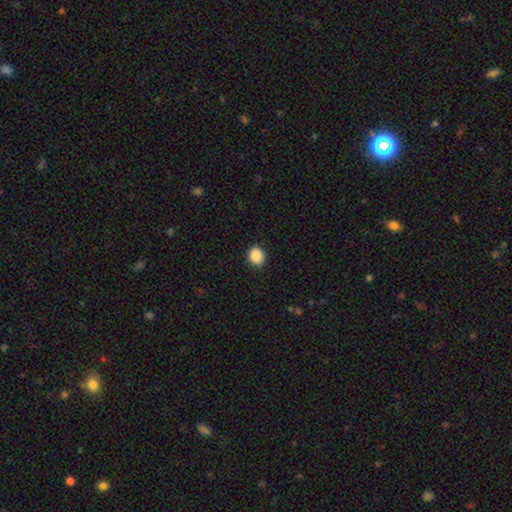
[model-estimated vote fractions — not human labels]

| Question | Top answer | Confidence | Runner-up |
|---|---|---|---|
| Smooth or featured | smooth | 89% | star or artifact (9%) |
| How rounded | round | 79% | in between (20%) |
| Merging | none | 89% | minor disturbance (8%) |